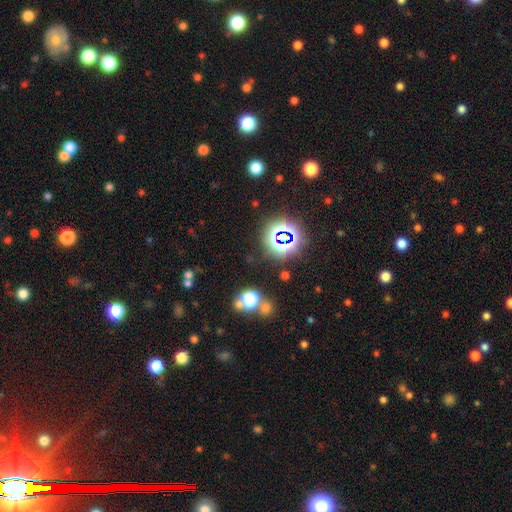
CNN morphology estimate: This appears to be a star or artifact, not a galaxy (74%).